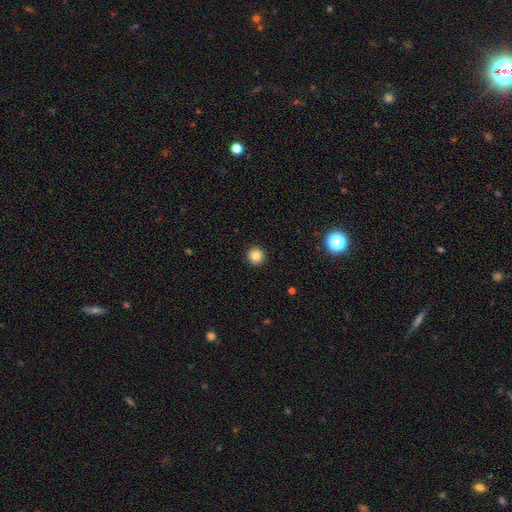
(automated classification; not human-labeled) smooth_or_featured: smooth (p=0.84) [alt: star or artifact p=0.11]
how_rounded: round (p=0.95) [alt: in between p=0.04]
merging: none (p=0.93) [alt: minor disturbance p=0.04]